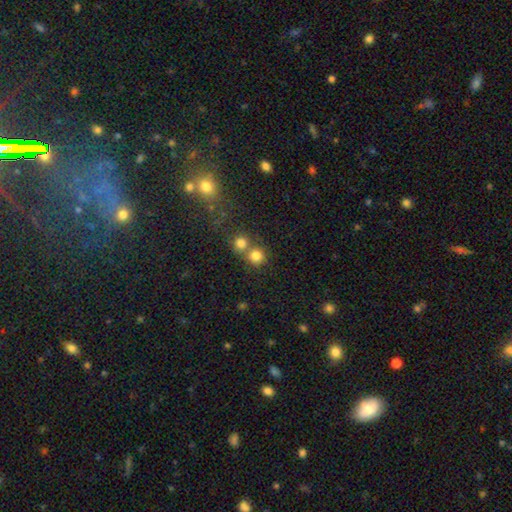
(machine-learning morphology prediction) type=smooth (79%); roundness=round (90%); merging=none (52%).